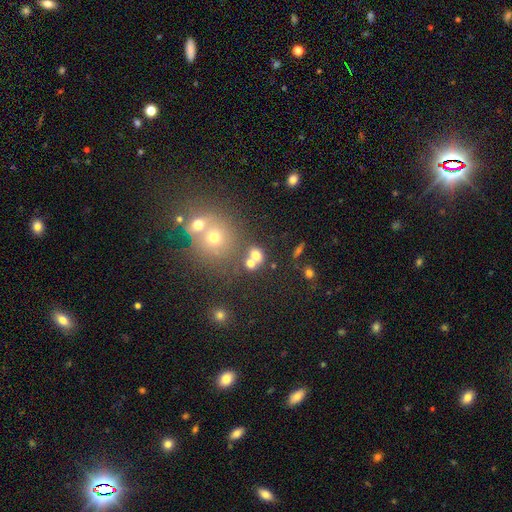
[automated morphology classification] type=smooth (68%); roundness=round (64%); merging=none (46%).